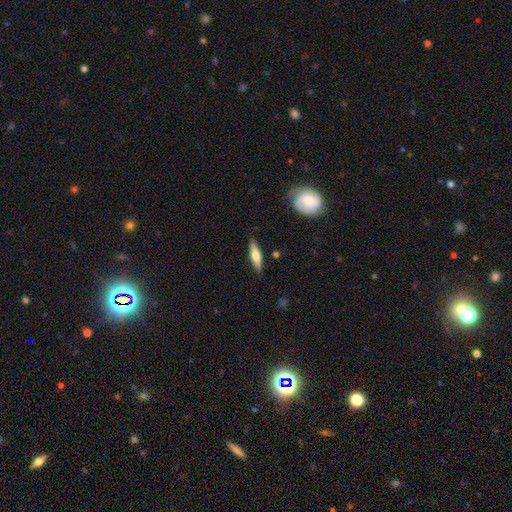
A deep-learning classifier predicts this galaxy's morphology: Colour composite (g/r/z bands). It shows a smooth galaxy with no disk features (52%) that is cigar-shaped (75%). Merging: none (85%).